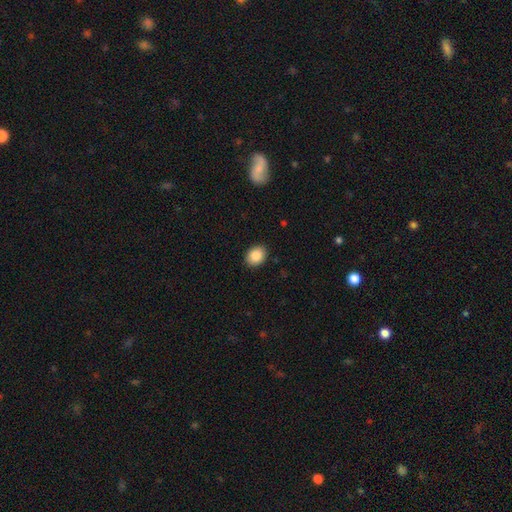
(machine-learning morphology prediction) Smooth or featured? Predicted: smooth (p=0.87). How rounded? Predicted: in between (p=0.59). Merging? Predicted: none (p=0.89).